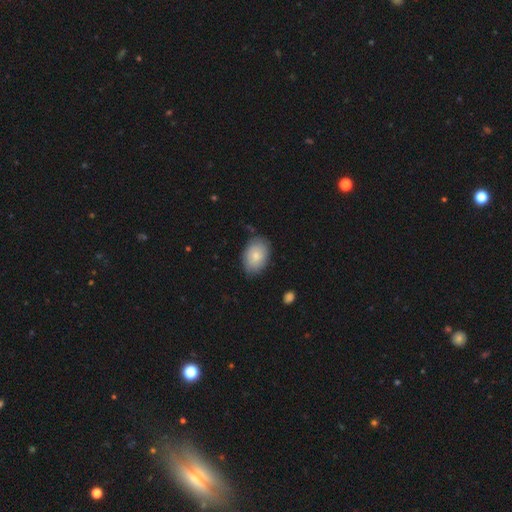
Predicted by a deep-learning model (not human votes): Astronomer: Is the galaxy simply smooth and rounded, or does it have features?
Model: smooth — 77%.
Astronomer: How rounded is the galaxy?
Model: in between — 80%.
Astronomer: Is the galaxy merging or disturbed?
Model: none — 76%.